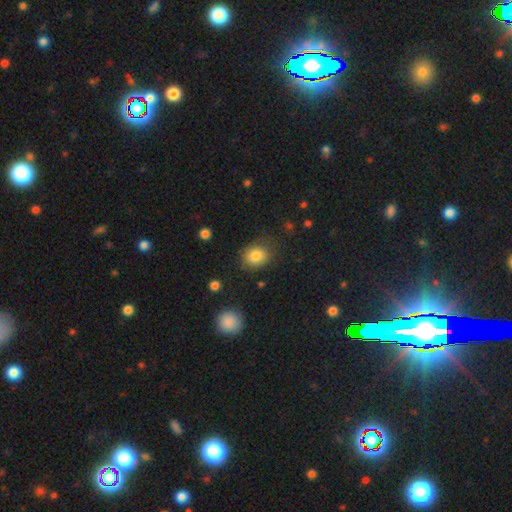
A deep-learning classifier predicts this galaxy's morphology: Smooth or featured: smooth — 82% (star or artifact — 10%)
How rounded: round — 54% (in between — 46%)
Merging: none — 74% (minor disturbance — 18%)